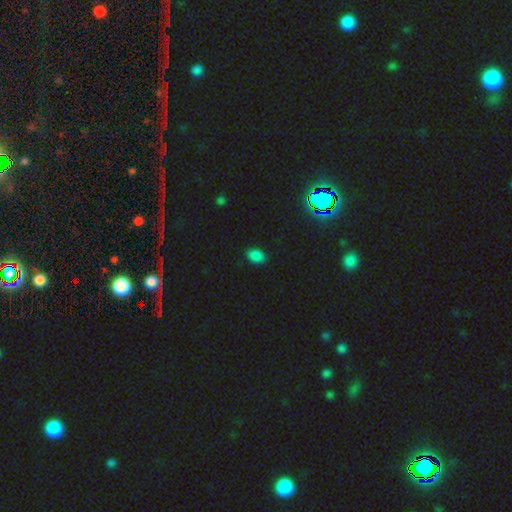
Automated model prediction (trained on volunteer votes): A smooth galaxy with no disk features (80%) that is in between round and cigar-shaped (79%).

Vote fractions:
- Smooth or featured? smooth: 80% / star or artifact: 17% / featured or disk: 4%
- How rounded? in between: 79% / round: 20% / cigar-shaped: 1%
- Merging? none: 86% / minor disturbance: 11% / major disturbance: 2% / merger: 1%